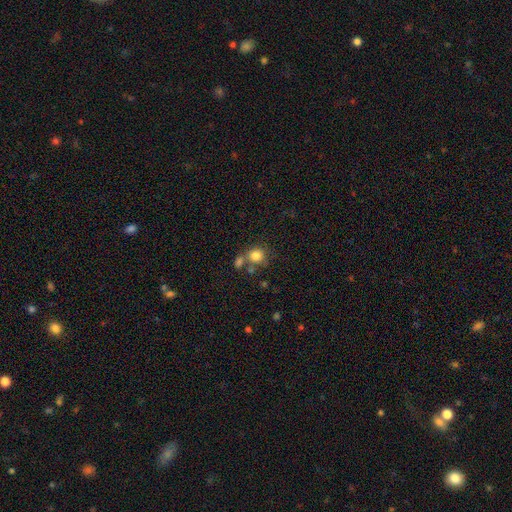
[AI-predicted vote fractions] smooth_or_featured: smooth (p=0.81) [alt: star or artifact p=0.11]
how_rounded: round (p=0.84) [alt: in between p=0.15]
merging: none (p=0.56) [alt: merger p=0.28]